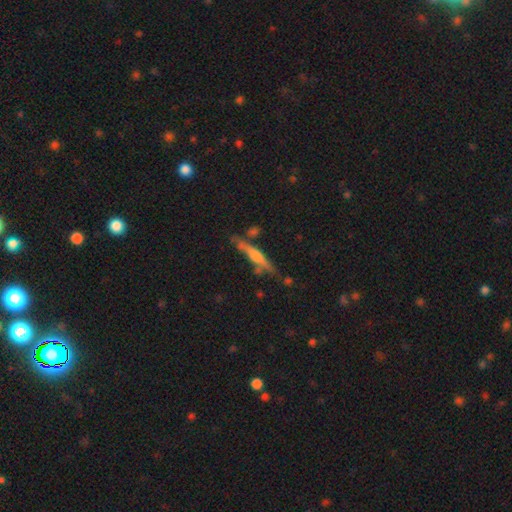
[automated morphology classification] Smooth or featured: featured or disk — 64% (smooth — 29%)
Edge-on disk: yes — 95% (no — 5%)
Edge-on bulge: rounded — 69% (none — 16%)
Merging: none — 76% (minor disturbance — 15%)